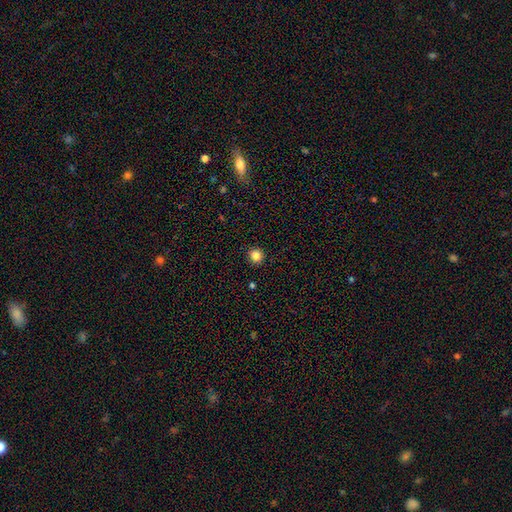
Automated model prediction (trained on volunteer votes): A smooth galaxy with no disk features (84%) that is round (94%).

Vote fractions:
- Smooth or featured? smooth: 84% / star or artifact: 12% / featured or disk: 5%
- How rounded? round: 94% / in between: 5% / cigar-shaped: 1%
- Merging? none: 93% / minor disturbance: 5% / major disturbance: 2% / merger: 1%